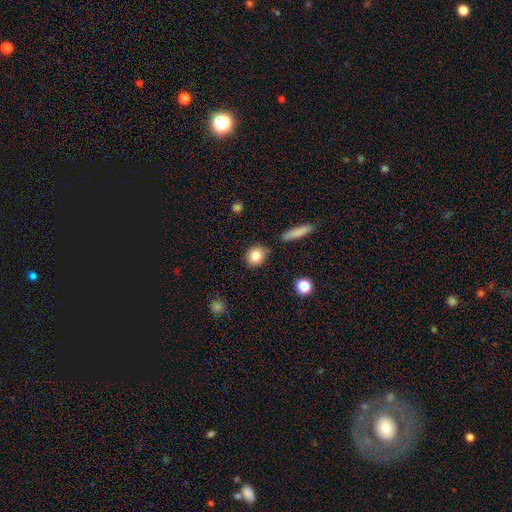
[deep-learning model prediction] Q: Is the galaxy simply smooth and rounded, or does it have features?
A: smooth — 83%.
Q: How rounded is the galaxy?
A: round — 76%.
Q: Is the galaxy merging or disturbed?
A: none — 82%.